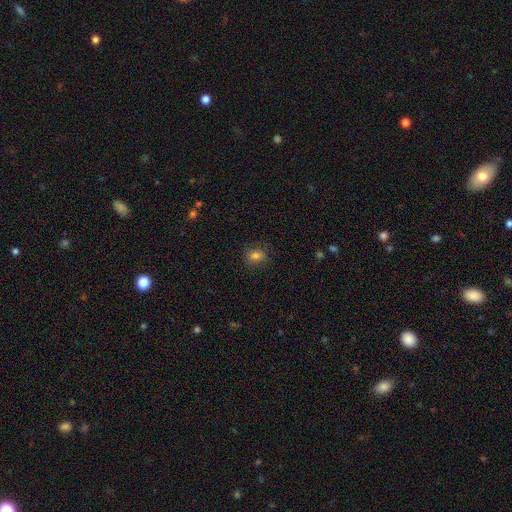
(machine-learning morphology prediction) A smooth galaxy with no disk features (79%) that is round (63%). Merging: none (84%).